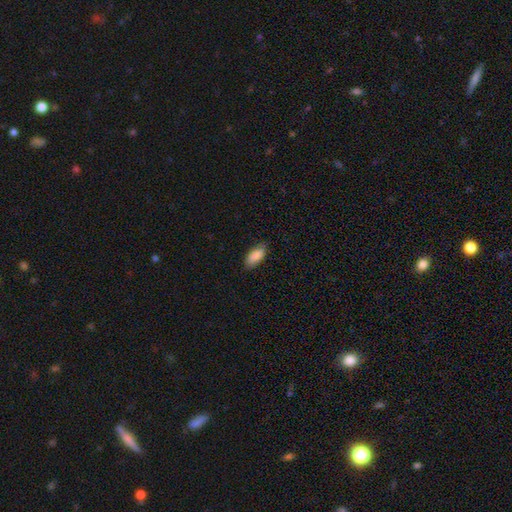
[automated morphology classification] A smooth galaxy with no disk features (88%) that is in between round and cigar-shaped (88%). Merging: none (82%).